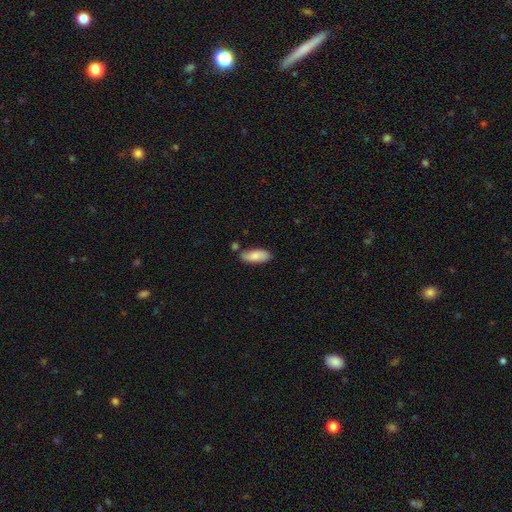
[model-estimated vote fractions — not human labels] A smooth galaxy with no disk features (83%) that is in between round and cigar-shaped (81%). Merging: none (74%).